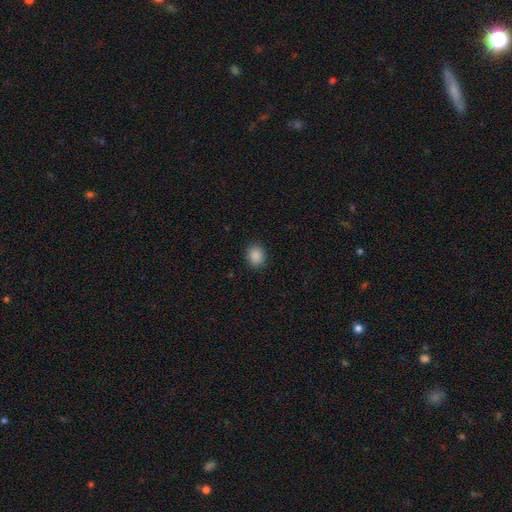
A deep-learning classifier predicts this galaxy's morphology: A smooth galaxy with no disk features (88%) that is round (60%). Merging: none (89%).